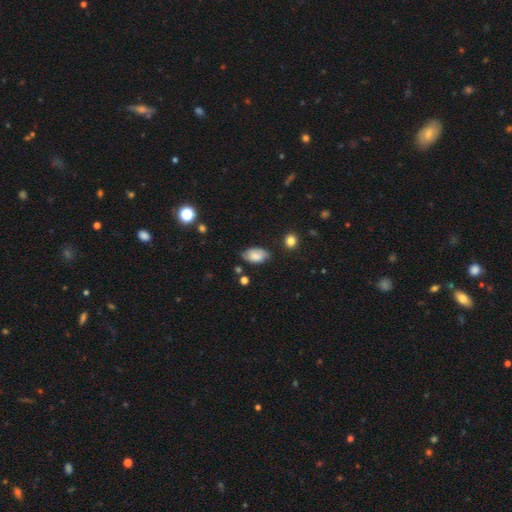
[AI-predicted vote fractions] Smooth or featured? Predicted: smooth (p=0.75). How rounded? Predicted: in between (p=0.91). Merging? Predicted: none (p=0.67).